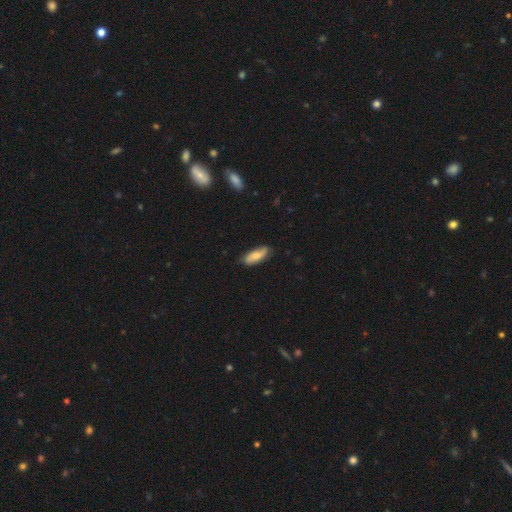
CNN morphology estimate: Smooth or featured? Predicted: smooth (p=0.64). How rounded? Predicted: in between (p=0.72). Merging? Predicted: none (p=0.78).